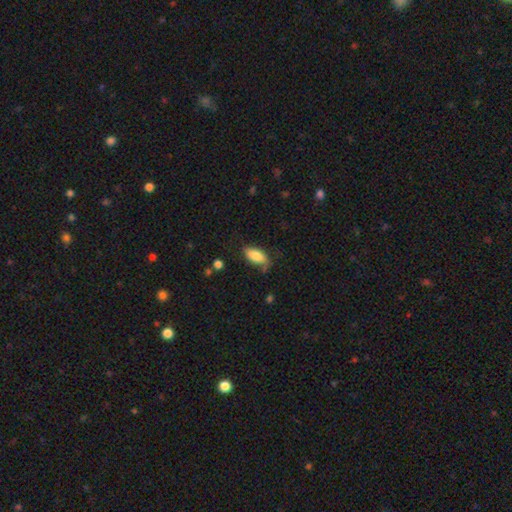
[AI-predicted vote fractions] A smooth galaxy with no disk features (82%) that is in between round and cigar-shaped (88%). Merging: none (65%).